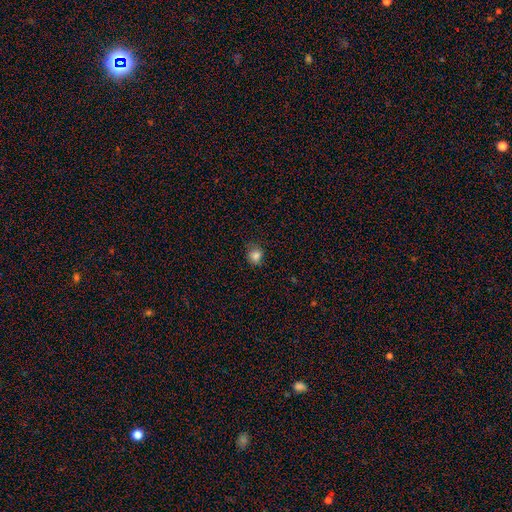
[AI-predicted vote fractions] The model was most divided on "merging": none: 71%, minor disturbance: 22%, major disturbance: 6%, merger: 2%. More confident: smooth or featured — smooth (83%); how rounded — round (75%).